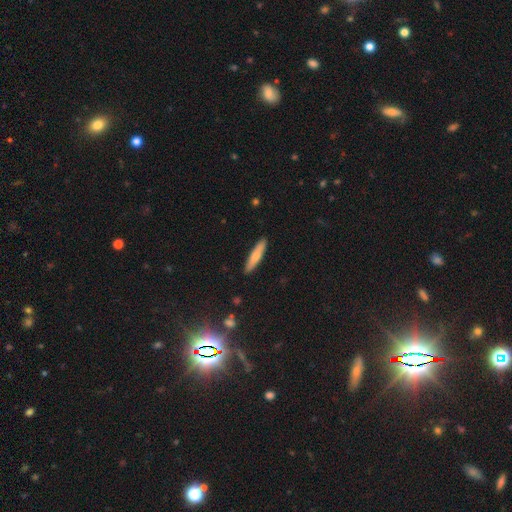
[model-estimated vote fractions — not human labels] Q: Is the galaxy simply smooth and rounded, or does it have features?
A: smooth — 65%.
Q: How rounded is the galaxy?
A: cigar-shaped — 87%.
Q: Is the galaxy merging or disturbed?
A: none — 90%.